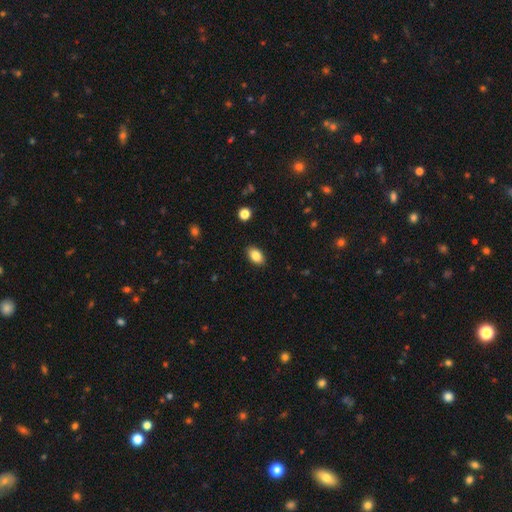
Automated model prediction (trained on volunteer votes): A smooth galaxy with no disk features (85%) that is in between round and cigar-shaped (90%).

Vote fractions:
- Smooth or featured? smooth: 85% / star or artifact: 8% / featured or disk: 7%
- How rounded? in between: 90% / round: 8% / cigar-shaped: 2%
- Merging? none: 89% / minor disturbance: 8% / major disturbance: 2% / merger: 1%